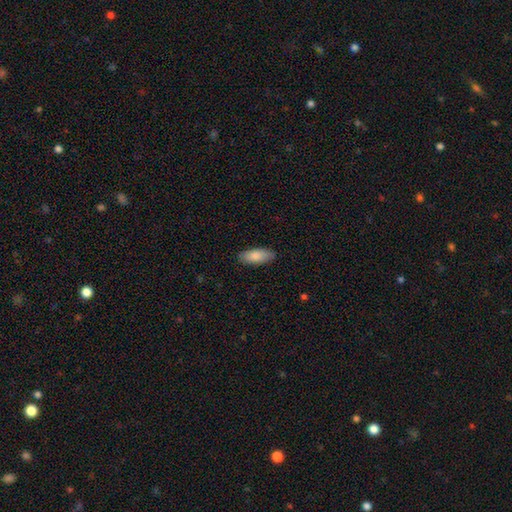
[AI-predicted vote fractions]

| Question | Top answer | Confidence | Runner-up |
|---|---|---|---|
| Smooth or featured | smooth | 84% | featured or disk (10%) |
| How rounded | in between | 81% | cigar-shaped (17%) |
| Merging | none | 87% | minor disturbance (10%) |